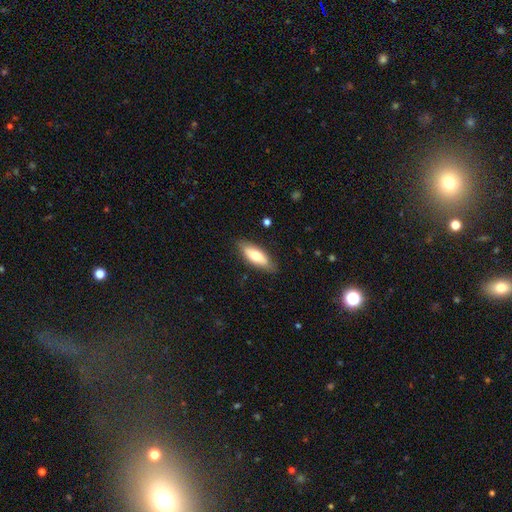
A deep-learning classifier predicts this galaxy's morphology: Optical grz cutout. It shows a smooth galaxy with no disk features (71%) that is in between round and cigar-shaped (72%). Merging: none (83%).